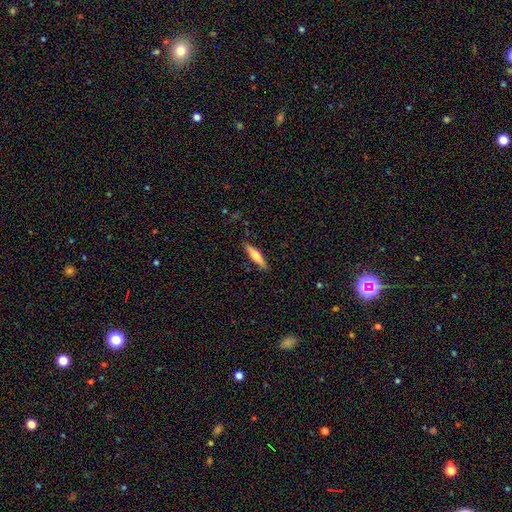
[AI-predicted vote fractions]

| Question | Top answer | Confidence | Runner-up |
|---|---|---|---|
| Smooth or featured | smooth | 61% | featured or disk (33%) |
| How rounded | cigar-shaped | 79% | in between (19%) |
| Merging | none | 87% | minor disturbance (9%) |